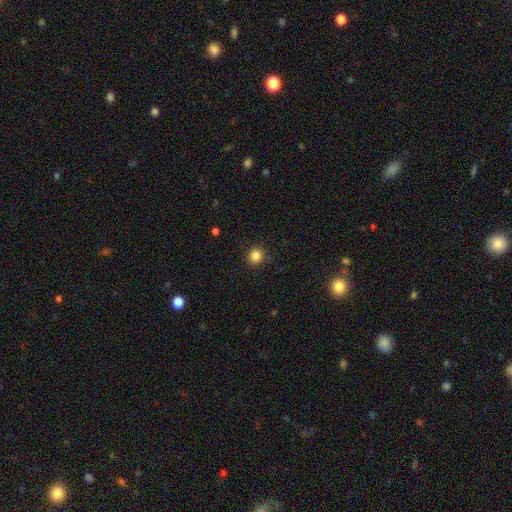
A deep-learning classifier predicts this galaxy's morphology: smooth_or_featured: smooth (p=0.85) [alt: star or artifact p=0.11]
how_rounded: round (p=0.88) [alt: in between p=0.11]
merging: none (p=0.89) [alt: minor disturbance p=0.07]